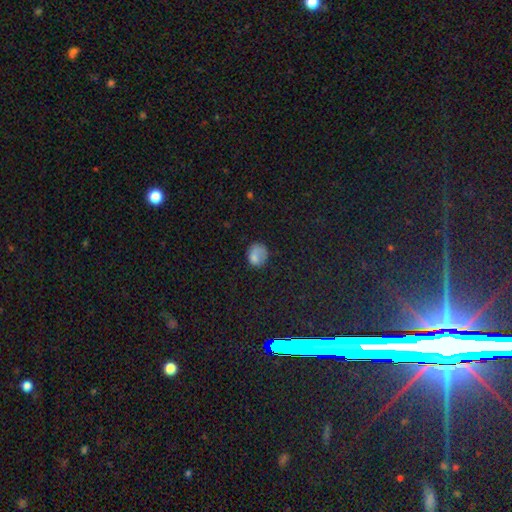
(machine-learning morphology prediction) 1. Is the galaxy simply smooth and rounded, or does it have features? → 75% smooth, 14% star or artifact, 11% featured or disk.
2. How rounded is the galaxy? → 61% round, 38% in between, 1% cigar-shaped.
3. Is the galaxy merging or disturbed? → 55% none, 28% minor disturbance, 14% major disturbance, 4% merger.